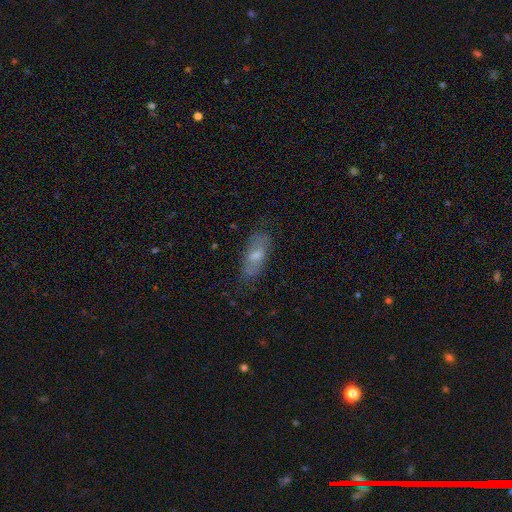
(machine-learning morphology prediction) Smooth or featured?
  - smooth: 58% *
  - featured or disk: 34%
  - star or artifact: 8%
How rounded?
  - in between: 75% *
  - cigar-shaped: 22%
  - round: 3%
Merging?
  - none: 70% *
  - minor disturbance: 20%
  - major disturbance: 7%
  - merger: 2%